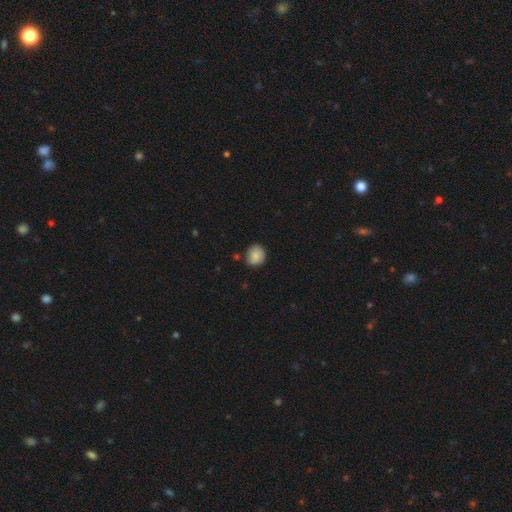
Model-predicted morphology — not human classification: smooth_or_featured: smooth (p=0.80) [alt: featured or disk p=0.13]
how_rounded: round (p=0.82) [alt: in between p=0.17]
merging: none (p=0.75) [alt: minor disturbance p=0.18]